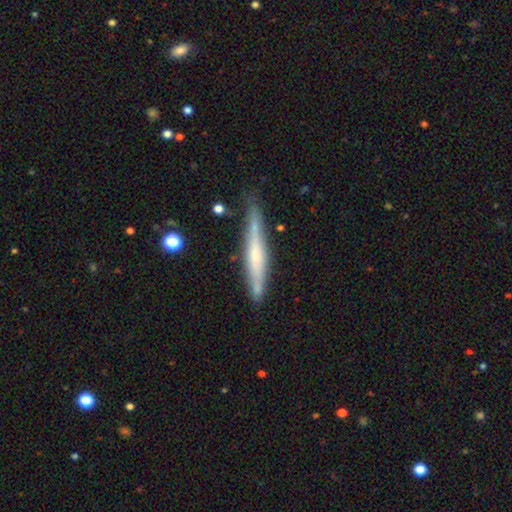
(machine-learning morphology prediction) type=featured or disk (53%); edge-on=yes (94%); edge-on bulge=none (48%); merging=none (78%).